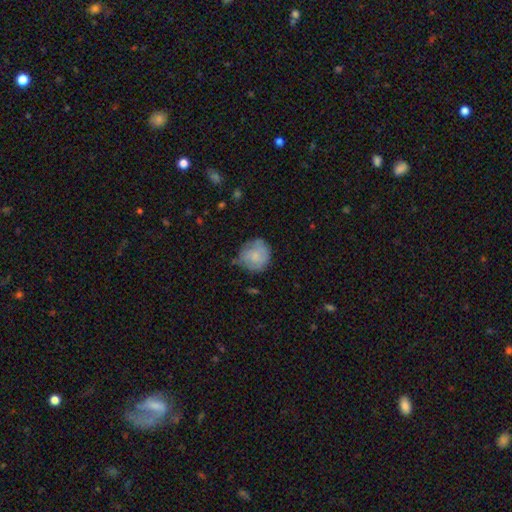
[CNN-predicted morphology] Q: Smooth or featured?
A: smooth (62%); runner-up: featured or disk (31%)
Q: How rounded?
A: round (86%); runner-up: in between (13%)
Q: Merging?
A: none (57%); runner-up: minor disturbance (31%)